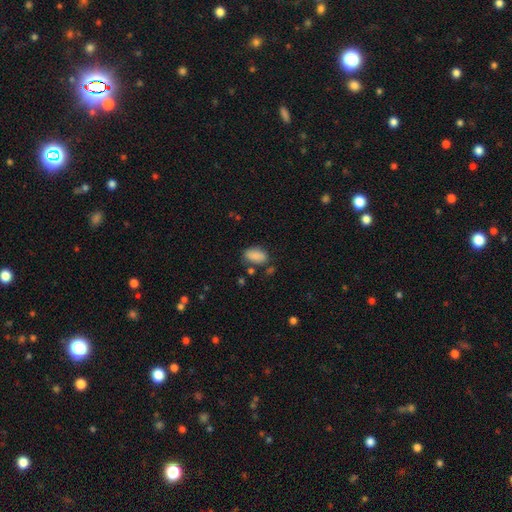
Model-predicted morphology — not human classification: Q: Smooth or featured?
A: smooth (87%); runner-up: star or artifact (8%)
Q: How rounded?
A: in between (92%); runner-up: round (5%)
Q: Merging?
A: none (73%); runner-up: minor disturbance (17%)